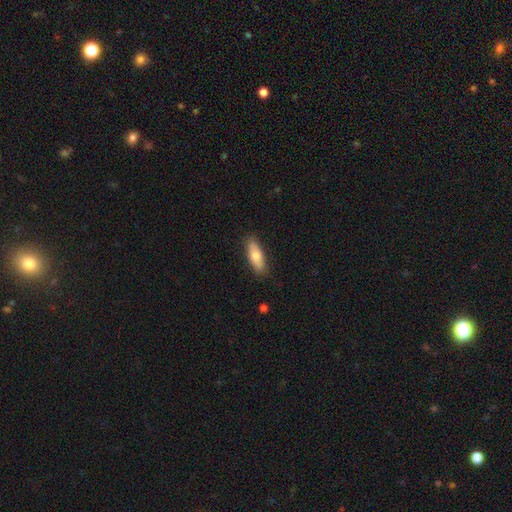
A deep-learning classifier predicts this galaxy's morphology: A smooth galaxy with no disk features (71%) that is in between round and cigar-shaped (67%).

Vote fractions:
- Smooth or featured? smooth: 71% / featured or disk: 24% / star or artifact: 6%
- How rounded? in between: 67% / cigar-shaped: 31% / round: 3%
- Merging? none: 85% / minor disturbance: 12% / major disturbance: 2% / merger: 1%